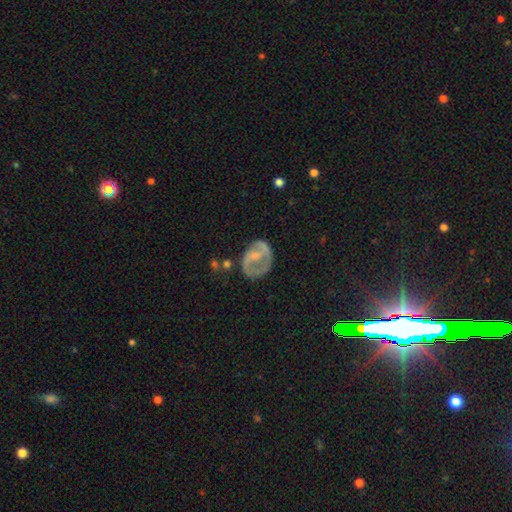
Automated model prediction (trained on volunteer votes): Smooth or featured?
  - featured or disk: 59% *
  - smooth: 32%
  - star or artifact: 9%
Edge-on disk?
  - no: 97% *
  - yes: 3%
Bar?
  - no: 51% *
  - weak: 36%
  - strong: 14%
Spiral arms?
  - yes: 56% *
  - no: 44%
Bulge size?
  - small: 37% *
  - none: 34%
  - moderate: 25%
  - large: 4%
  - dominant: 1%
Merging?
  - none: 50% *
  - minor disturbance: 24%
  - major disturbance: 22%
  - merger: 4%